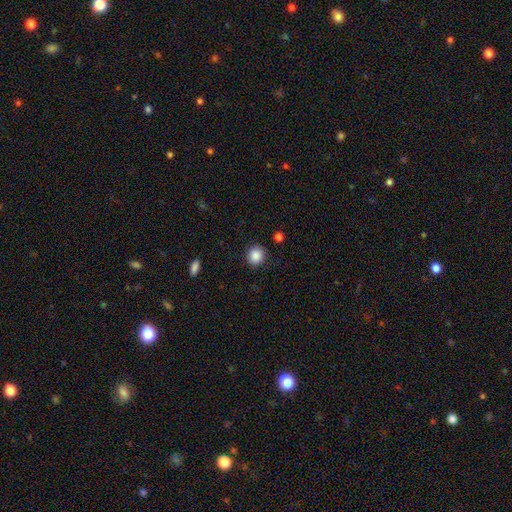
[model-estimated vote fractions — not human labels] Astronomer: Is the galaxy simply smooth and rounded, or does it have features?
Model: smooth — 88%.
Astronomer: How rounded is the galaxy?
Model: round — 85%.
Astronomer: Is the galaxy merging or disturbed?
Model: none — 89%.